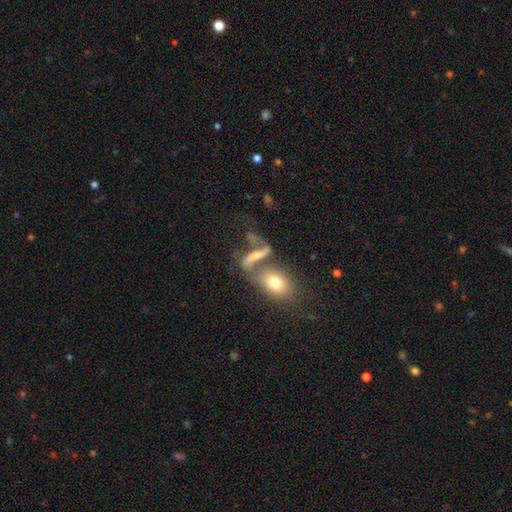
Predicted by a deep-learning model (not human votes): Smooth or featured? featured or disk (48%)
Merging? merger (43%)